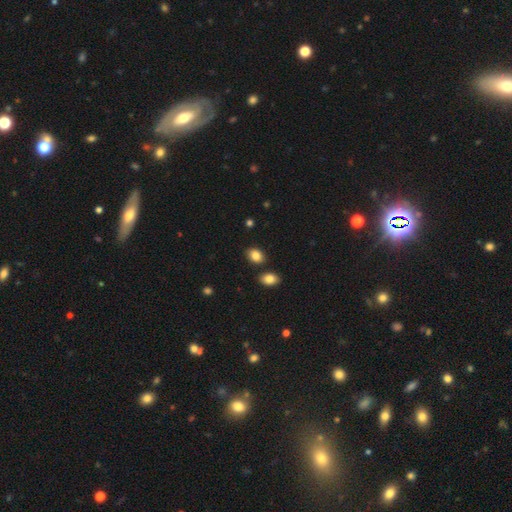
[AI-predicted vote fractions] A smooth galaxy with no disk features (85%) that is in between round and cigar-shaped (70%).

Vote fractions:
- Smooth or featured? smooth: 85% / star or artifact: 9% / featured or disk: 6%
- How rounded? in between: 70% / round: 28% / cigar-shaped: 1%
- Merging? none: 80% / minor disturbance: 10% / merger: 7% / major disturbance: 2%